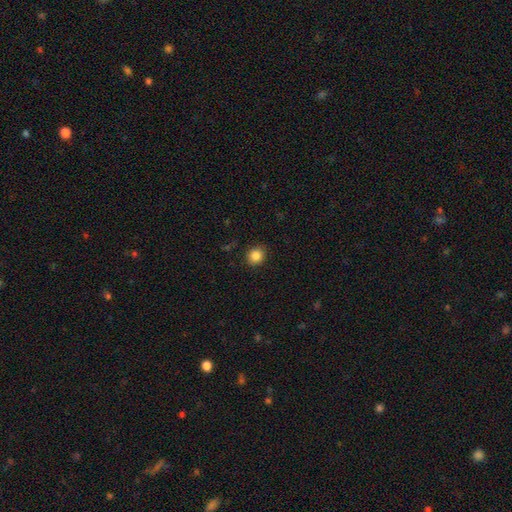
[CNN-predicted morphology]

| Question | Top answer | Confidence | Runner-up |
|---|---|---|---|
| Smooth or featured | smooth | 85% | star or artifact (10%) |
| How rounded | round | 74% | in between (26%) |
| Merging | none | 89% | minor disturbance (8%) |